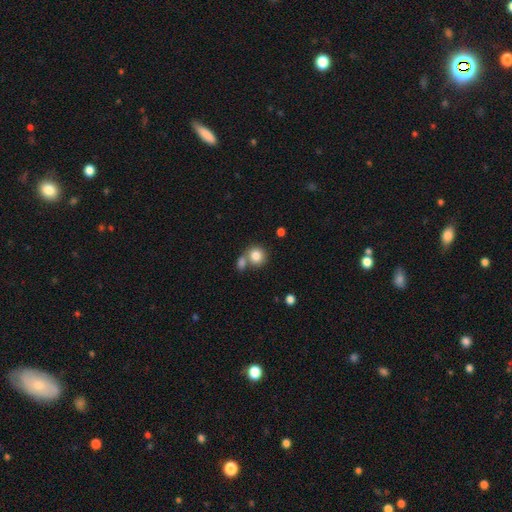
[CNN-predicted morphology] Smooth or featured?
  - smooth: 83% *
  - star or artifact: 9%
  - featured or disk: 8%
How rounded?
  - round: 84% *
  - in between: 15%
  - cigar-shaped: 1%
Merging?
  - none: 52% *
  - merger: 36%
  - minor disturbance: 9%
  - major disturbance: 4%